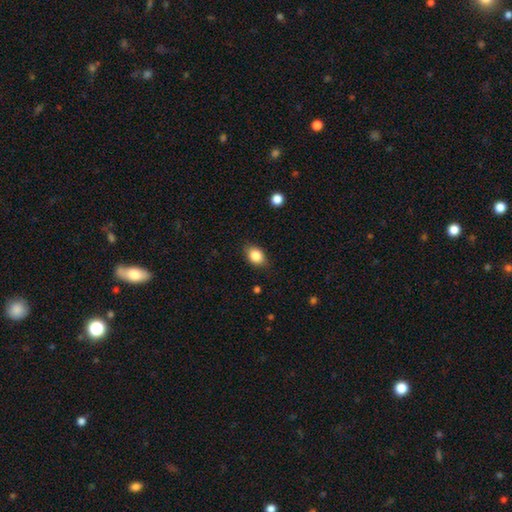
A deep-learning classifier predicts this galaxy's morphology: This is clearly a smooth galaxy (85%). How rounded: likely in between (73%). Merging: clearly none (83%).